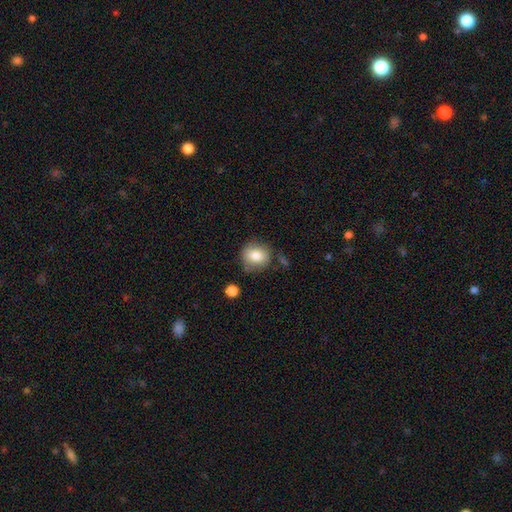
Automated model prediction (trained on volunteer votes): This appears to be a smooth galaxy with no disk features (82%) that is round (80%). Merging: none (75%).